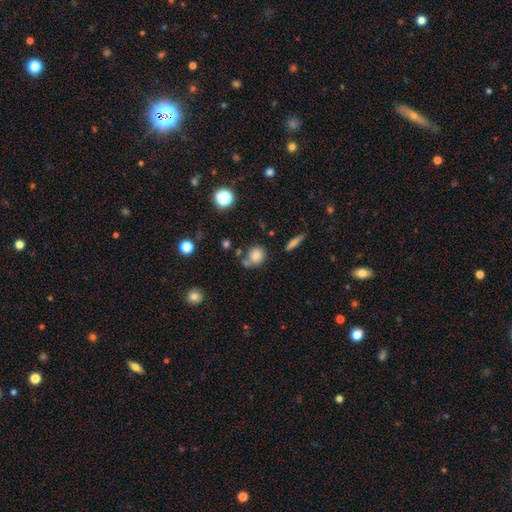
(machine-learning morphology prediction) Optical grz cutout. It shows a smooth galaxy with no disk features (80%) that is round (77%). Merging: none (61%).